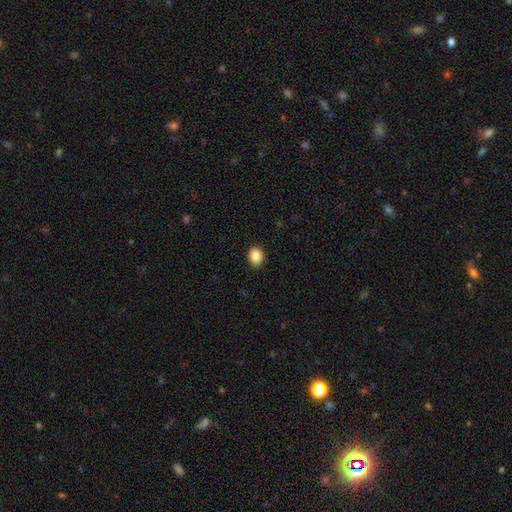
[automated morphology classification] Smooth or featured: smooth — 88% (star or artifact — 9%)
How rounded: in between — 50% (round — 49%)
Merging: none — 91% (minor disturbance — 6%)